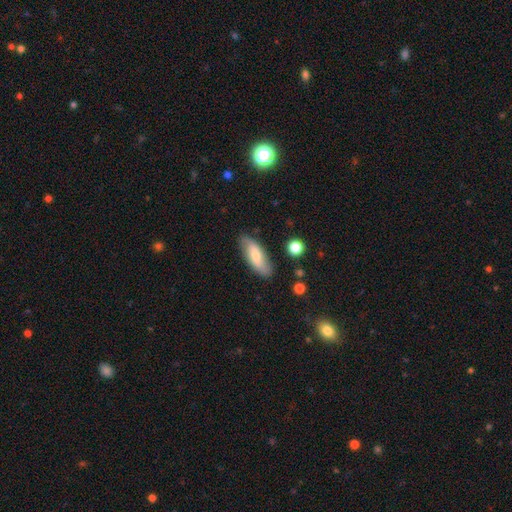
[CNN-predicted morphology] This is likely a smooth galaxy (66%). How rounded: likely in between (70%). Merging: clearly none (81%).